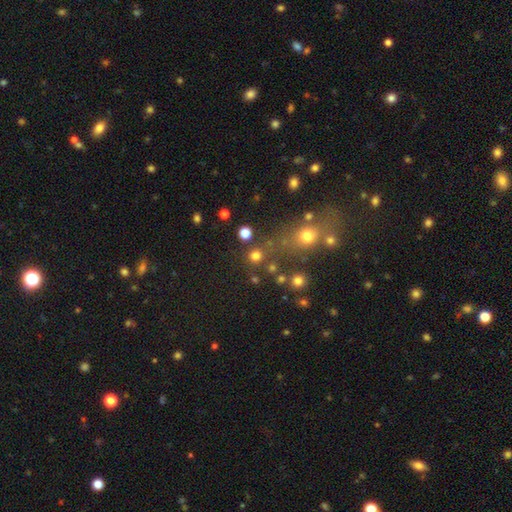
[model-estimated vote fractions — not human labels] This appears to be a smooth galaxy with no disk features (75%) that is round (92%). Merging: none (77%).